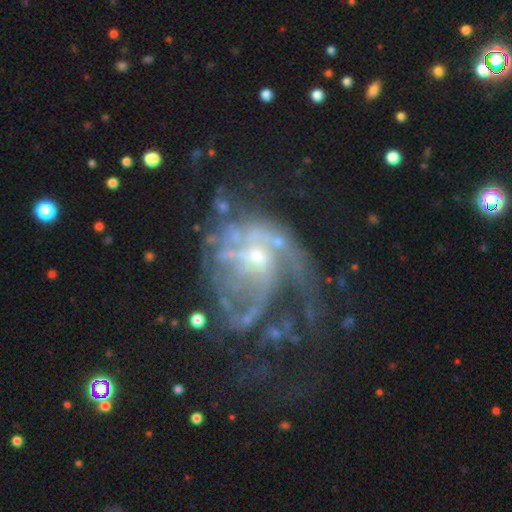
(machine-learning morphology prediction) Q: Smooth or featured?
A: featured or disk (82%); runner-up: star or artifact (9%)
Q: Edge-on disk?
A: no (98%); runner-up: yes (2%)
Q: Bar?
A: no (62%); runner-up: weak (30%)
Q: Spiral arms?
A: yes (80%); runner-up: no (20%)
Q: Spiral winding?
A: medium (40%); runner-up: loose (37%)
Q: Spiral arm count?
A: can't tell (30%); runner-up: 2 (25%)
Q: Bulge size?
A: small (58%); runner-up: moderate (31%)
Q: Merging?
A: major disturbance (44%); runner-up: none (32%)